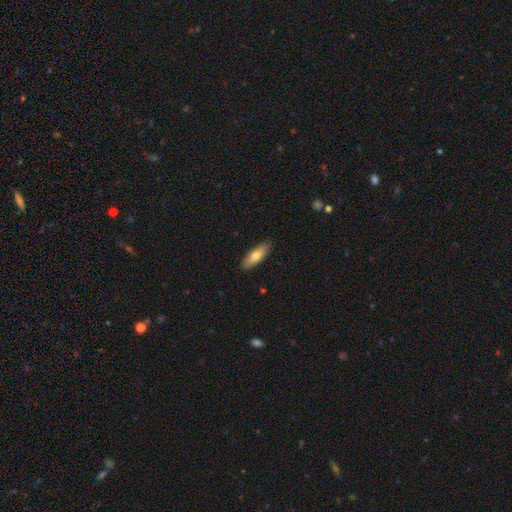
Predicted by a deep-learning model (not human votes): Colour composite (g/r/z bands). It shows a smooth galaxy with no disk features (71%) that is in between round and cigar-shaped (57%). Merging: none (88%).